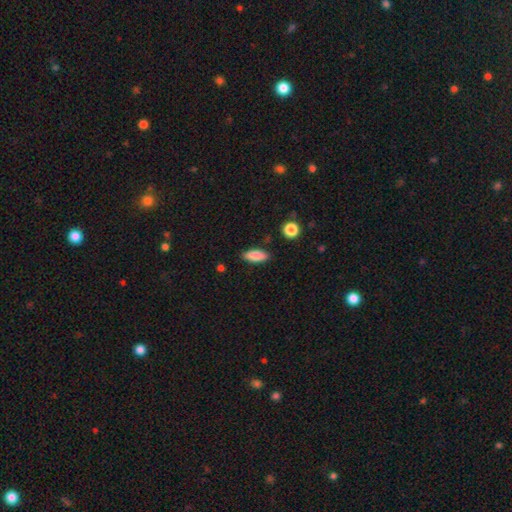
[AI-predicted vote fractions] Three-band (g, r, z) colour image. It shows a smooth galaxy with no disk features (83%) that is in between round and cigar-shaped (72%). Merging: none (87%).